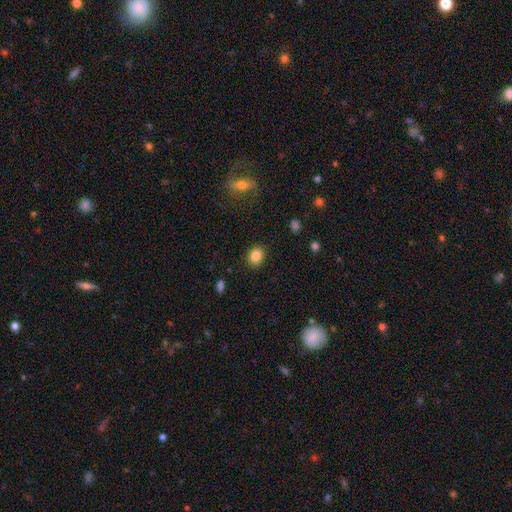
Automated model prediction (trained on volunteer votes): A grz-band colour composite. It shows a smooth galaxy with no disk features (85%) that is round (60%). Merging: none (87%).